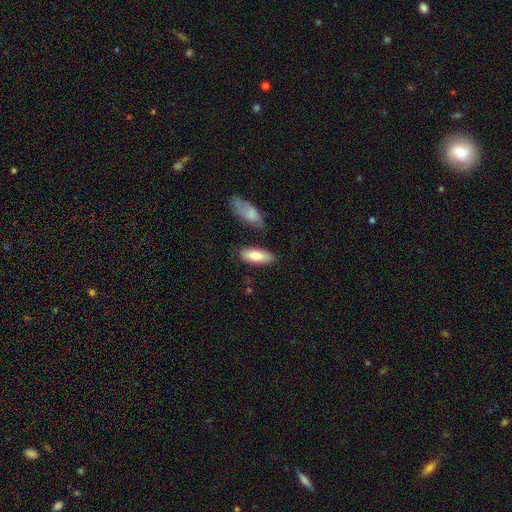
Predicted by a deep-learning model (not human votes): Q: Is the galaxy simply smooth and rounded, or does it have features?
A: smooth — 84%.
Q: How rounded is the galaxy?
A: in between — 75%.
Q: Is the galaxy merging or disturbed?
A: none — 75%.